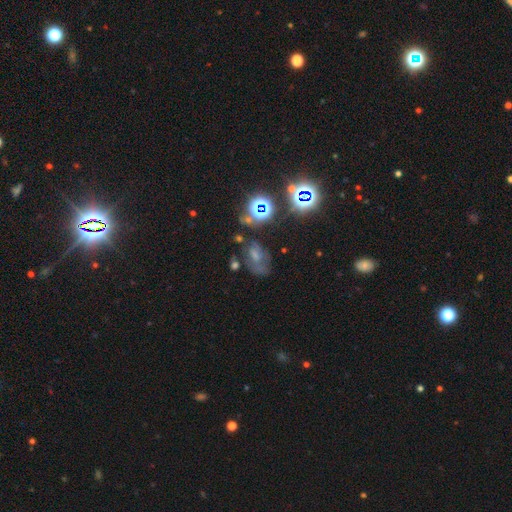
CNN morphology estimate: This appears to be a smooth galaxy with no disk features (36%). Merging: none (45%).